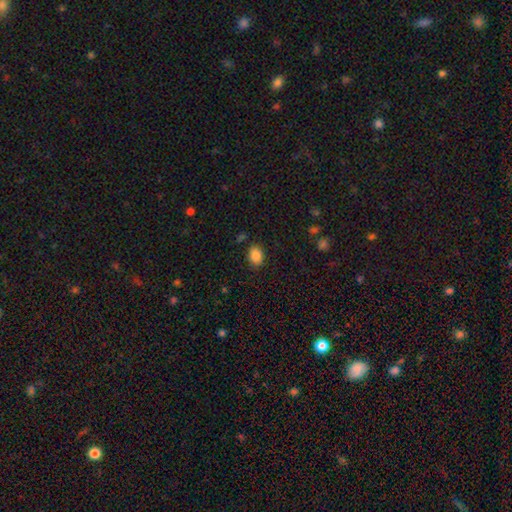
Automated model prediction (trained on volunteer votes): Smooth or featured: smooth — 86% (star or artifact — 9%)
How rounded: in between — 70% (round — 29%)
Merging: none — 85% (minor disturbance — 10%)